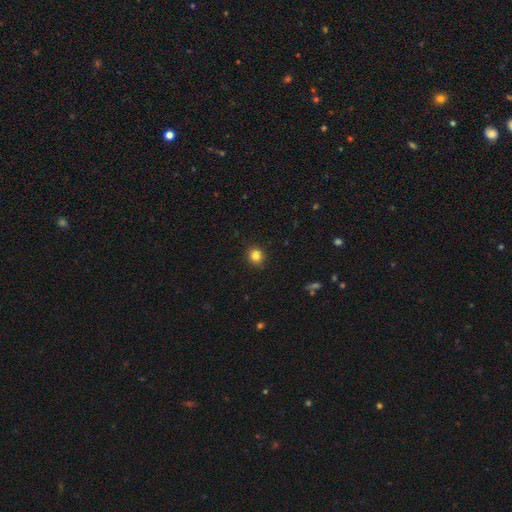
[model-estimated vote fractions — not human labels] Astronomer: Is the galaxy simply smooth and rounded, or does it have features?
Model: smooth — 83%.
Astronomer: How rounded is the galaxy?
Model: round — 88%.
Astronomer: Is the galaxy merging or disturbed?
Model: none — 92%.